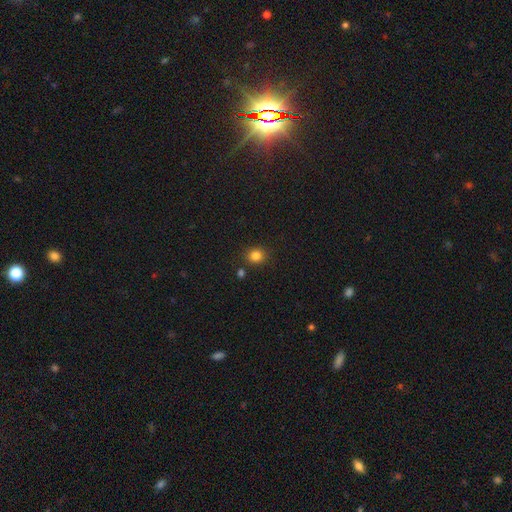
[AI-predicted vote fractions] Morphology: type=smooth (83%); roundness=round (79%); merging=none (83%).